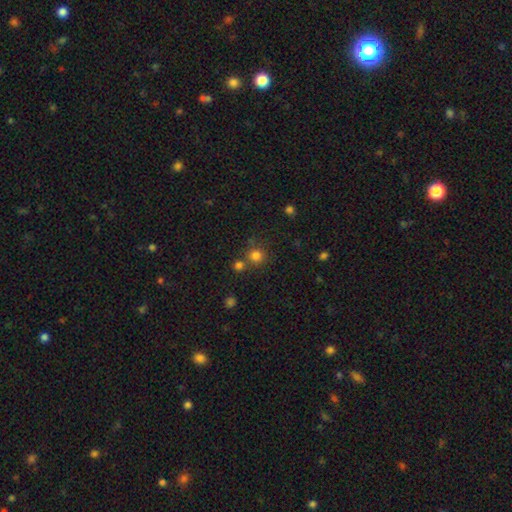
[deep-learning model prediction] Smooth or featured?
  - smooth: 78% *
  - star or artifact: 16%
  - featured or disk: 6%
How rounded?
  - round: 92% *
  - in between: 7%
  - cigar-shaped: 1%
Merging?
  - none: 69% *
  - merger: 19%
  - minor disturbance: 8%
  - major disturbance: 4%